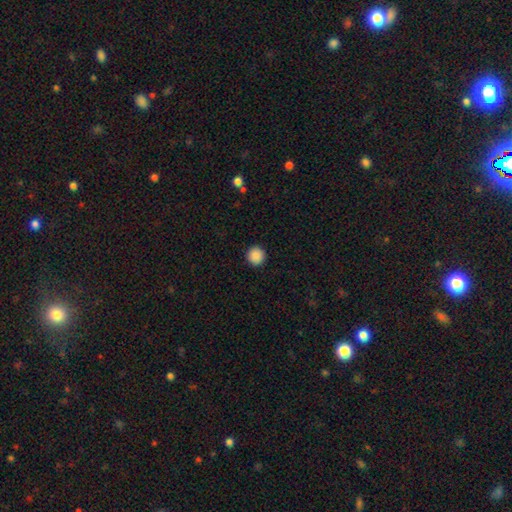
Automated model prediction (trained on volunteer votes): Q: Smooth or featured?
A: smooth (89%); runner-up: star or artifact (9%)
Q: How rounded?
A: round (96%); runner-up: in between (3%)
Q: Merging?
A: none (93%); runner-up: minor disturbance (4%)